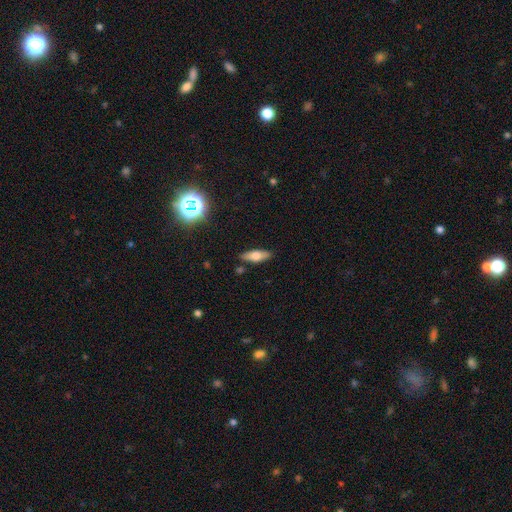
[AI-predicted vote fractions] The model was most divided on "how rounded": in between: 57%, cigar-shaped: 40%, round: 3%. More confident: merging — none (85%); smooth or featured — smooth (59%).